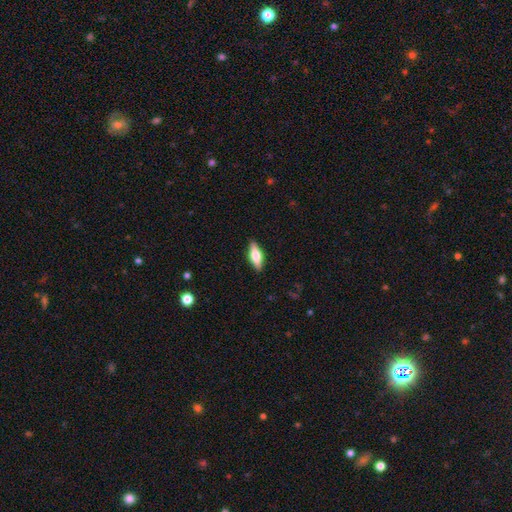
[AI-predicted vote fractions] smooth_or_featured: smooth (p=0.56) [alt: featured or disk p=0.38]
how_rounded: in between (p=0.62) [alt: cigar-shaped p=0.35]
merging: none (p=0.88) [alt: minor disturbance p=0.09]